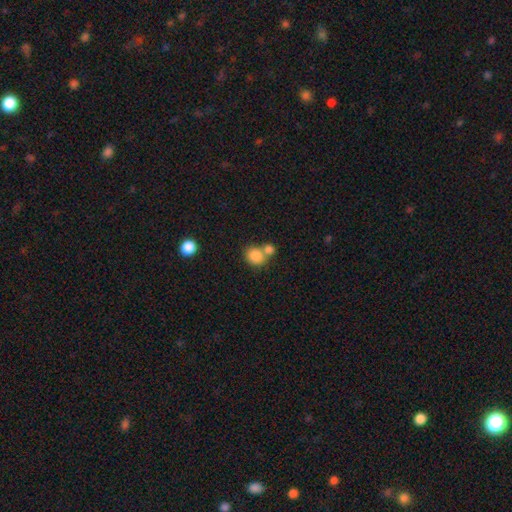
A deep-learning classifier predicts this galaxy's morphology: Smooth or featured?
  - smooth: 84% *
  - star or artifact: 9%
  - featured or disk: 7%
How rounded?
  - round: 75% *
  - in between: 24%
  - cigar-shaped: 1%
Merging?
  - merger: 44% * (tied)
  - none: 44% * (tied)
  - minor disturbance: 8%
  - major disturbance: 3%